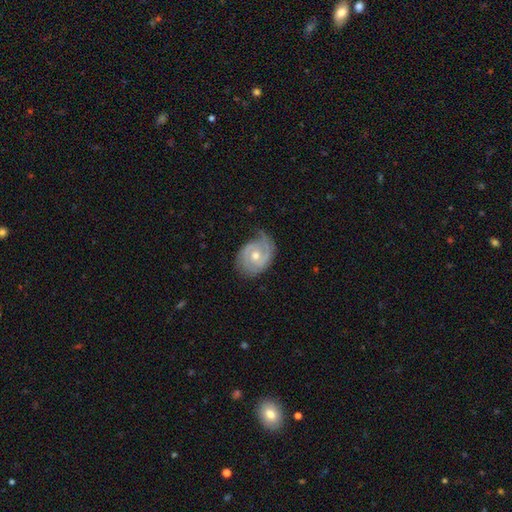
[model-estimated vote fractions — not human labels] The model was most divided on "spiral winding": tight: 61%, medium: 31%, loose: 9%. More confident: edge-on disk — no (97%); spiral arms — yes (95%); smooth or featured — featured or disk (84%); bulge size — moderate (66%); merging — none (65%); spiral arm count — 2 (65%); bar — no (64%).